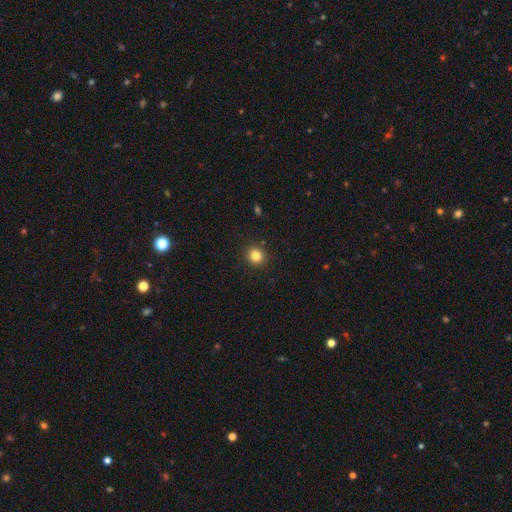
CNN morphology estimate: smooth-or-featured: smooth: 83% | star or artifact: 12% | featured or disk: 5%
  how-rounded: round: 89% | in between: 10% | cigar-shaped: 1%
  merging: none: 91% | minor disturbance: 6% | major disturbance: 2% | merger: 1%